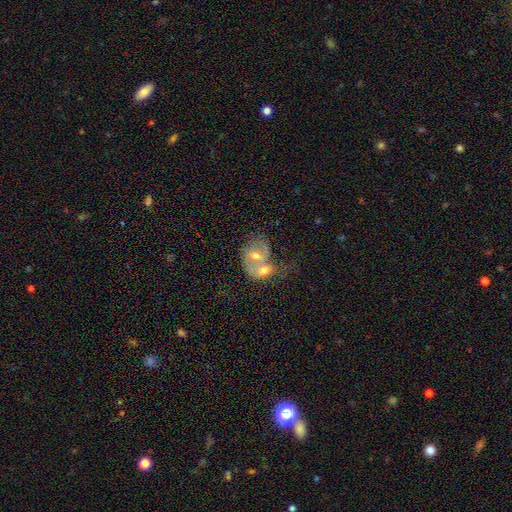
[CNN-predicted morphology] The model was most divided on "spiral arms": yes: 57%, no: 43%. More confident: edge-on disk — no (96%); merging — merger (75%); bulge size — moderate (65%); bar — no (55%); smooth or featured — featured or disk (53%).